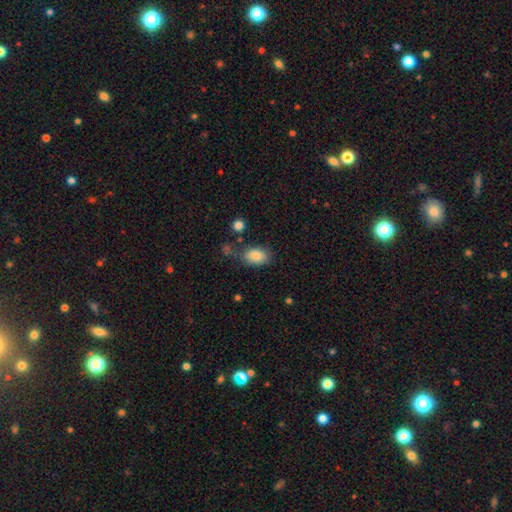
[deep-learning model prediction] The model was most divided on "merging": none: 65%, minor disturbance: 21%, major disturbance: 7%, merger: 6%. More confident: how rounded — in between (88%); smooth or featured — smooth (85%).